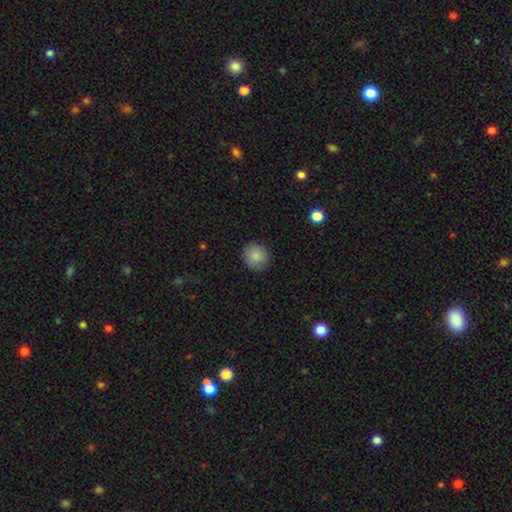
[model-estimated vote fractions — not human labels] smooth_or_featured: smooth (p=0.87) [alt: star or artifact p=0.08]
how_rounded: round (p=0.85) [alt: in between p=0.14]
merging: none (p=0.88) [alt: minor disturbance p=0.09]